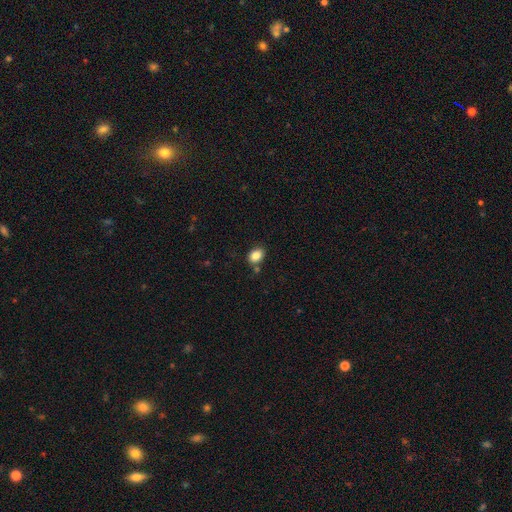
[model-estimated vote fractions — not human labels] Q: Smooth or featured?
A: smooth (86%); runner-up: star or artifact (9%)
Q: How rounded?
A: in between (65%); runner-up: round (34%)
Q: Merging?
A: none (77%); runner-up: minor disturbance (13%)